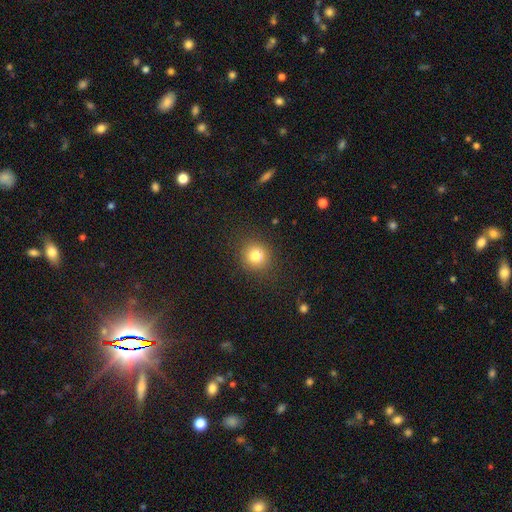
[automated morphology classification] The model was most divided on "smooth or featured": smooth: 80%, star or artifact: 13%, featured or disk: 7%. More confident: how rounded — round (89%); merging — none (88%).